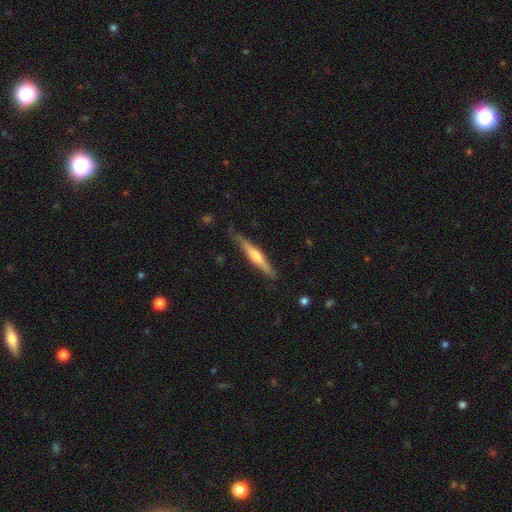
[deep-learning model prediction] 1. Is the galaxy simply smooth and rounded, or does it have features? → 58% featured or disk, 36% smooth, 5% star or artifact.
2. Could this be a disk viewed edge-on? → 97% yes, 3% no.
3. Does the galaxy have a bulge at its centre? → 65% rounded, 18% none, 17% boxy.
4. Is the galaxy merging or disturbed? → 85% none, 12% minor disturbance, 2% major disturbance, 1% merger.